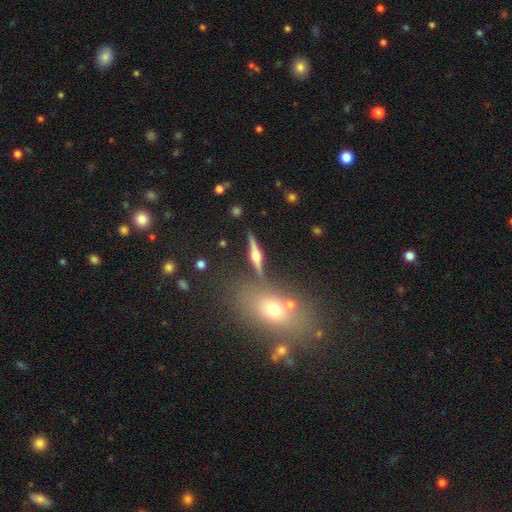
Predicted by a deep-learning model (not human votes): This is likely a featured or disk galaxy (79%). It is clearly viewed edge-on (96%). Edge-on bulge: clearly rounded (95%). Merging: clearly none (82%).